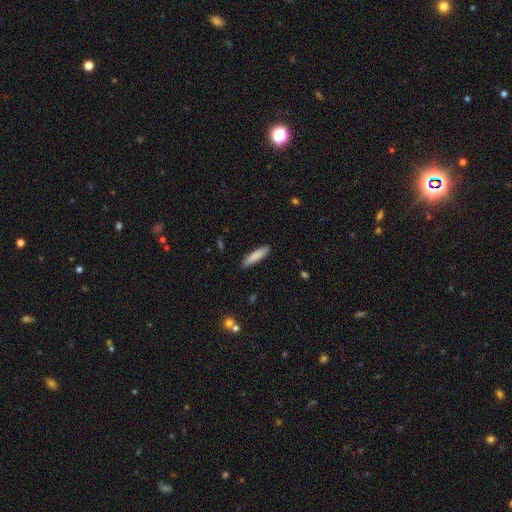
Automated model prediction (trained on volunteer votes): Smooth or featured? Predicted: smooth (p=0.83). How rounded? Predicted: cigar-shaped (p=0.81). Merging? Predicted: none (p=0.89).